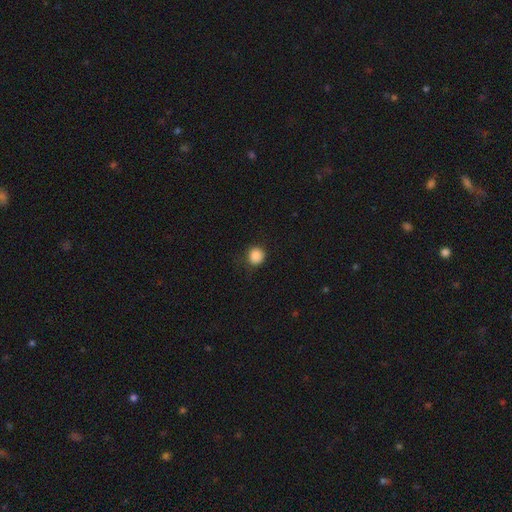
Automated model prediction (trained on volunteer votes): Smooth or featured?
  - smooth: 87% *
  - star or artifact: 10%
  - featured or disk: 3%
How rounded?
  - round: 89% *
  - in between: 10%
  - cigar-shaped: 1%
Merging?
  - none: 82% *
  - minor disturbance: 13%
  - major disturbance: 4%
  - merger: 1%